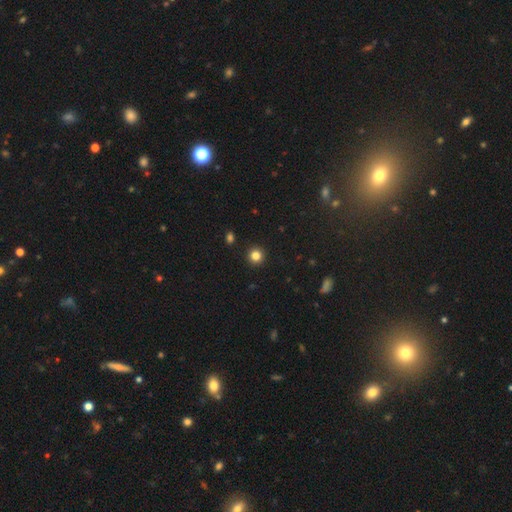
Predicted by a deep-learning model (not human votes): Smooth or featured? Predicted: smooth (p=0.83). How rounded? Predicted: round (p=0.95). Merging? Predicted: none (p=0.93).